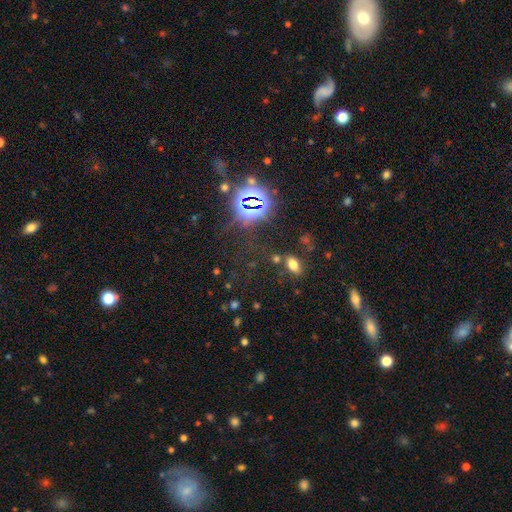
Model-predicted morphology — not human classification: A star or artifact, not a galaxy (70%).